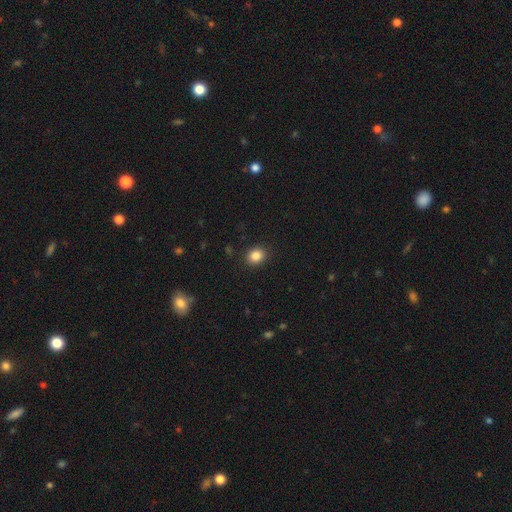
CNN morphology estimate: Smooth or featured?
  - smooth: 85% *
  - star or artifact: 10%
  - featured or disk: 5%
How rounded?
  - round: 66% *
  - in between: 33%
  - cigar-shaped: 1%
Merging?
  - none: 90% *
  - minor disturbance: 7%
  - major disturbance: 2%
  - merger: 1%